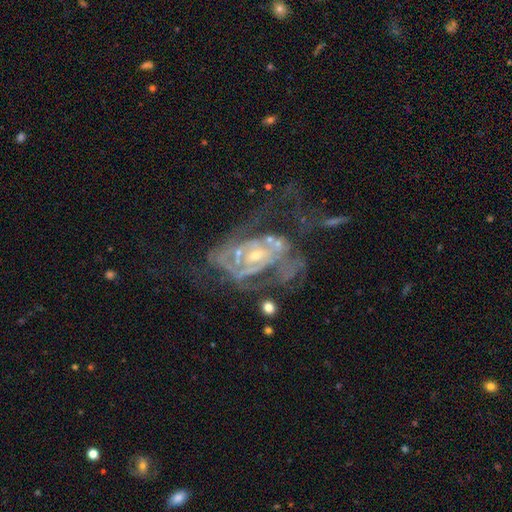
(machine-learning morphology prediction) Q: Smooth or featured?
A: featured or disk (83%); runner-up: star or artifact (9%)
Q: Edge-on disk?
A: no (96%); runner-up: yes (4%)
Q: Bar?
A: no (61%); runner-up: weak (29%)
Q: Spiral arms?
A: yes (79%); runner-up: no (21%)
Q: Spiral winding?
A: tight (48%); runner-up: medium (35%)
Q: Spiral arm count?
A: can't tell (41%); runner-up: 2 (32%)
Q: Bulge size?
A: small (57%); runner-up: moderate (36%)
Q: Merging?
A: major disturbance (41%); runner-up: none (26%)